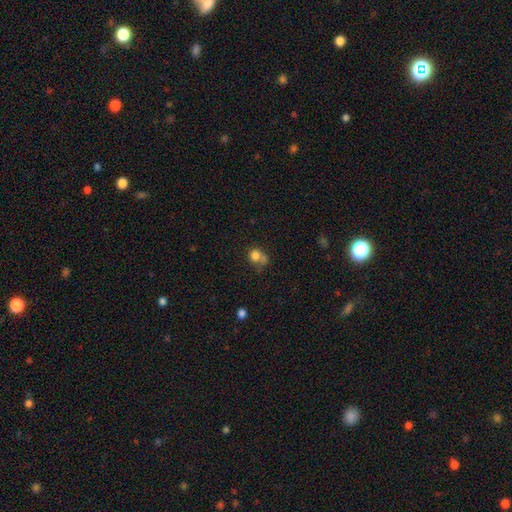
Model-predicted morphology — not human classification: Smooth or featured?
  - smooth: 78% *
  - star or artifact: 11%
  - featured or disk: 10%
How rounded?
  - round: 71% *
  - in between: 28%
  - cigar-shaped: 1%
Merging?
  - none: 38% *
  - merger: 35%
  - minor disturbance: 16%
  - major disturbance: 12%